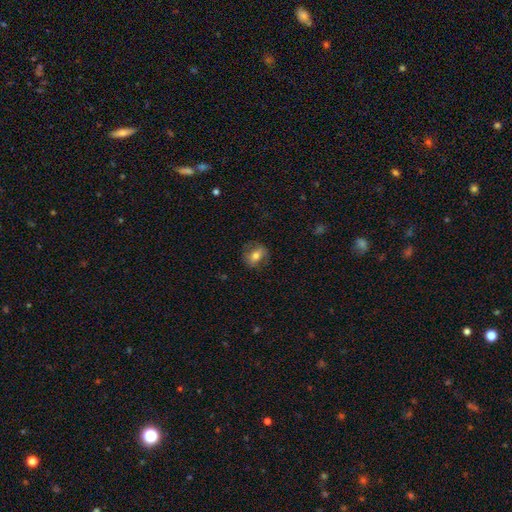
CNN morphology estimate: The model was most divided on "how rounded": in between: 54%, round: 44%, cigar-shaped: 2%. More confident: merging — none (75%); smooth or featured — smooth (63%).